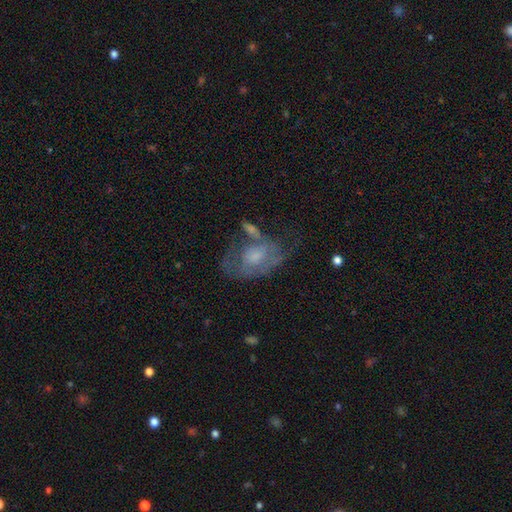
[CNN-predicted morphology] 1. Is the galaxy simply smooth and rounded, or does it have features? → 59% featured or disk, 32% smooth, 9% star or artifact.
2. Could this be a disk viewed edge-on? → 95% no, 5% yes.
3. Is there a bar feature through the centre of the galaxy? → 74% no, 22% weak, 4% strong.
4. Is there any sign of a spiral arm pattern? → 54% yes, 46% no.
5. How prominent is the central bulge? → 40% moderate, 33% small, 15% none, 10% large, 2% dominant.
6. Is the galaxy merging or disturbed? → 34% none, 27% major disturbance, 22% minor disturbance, 18% merger.